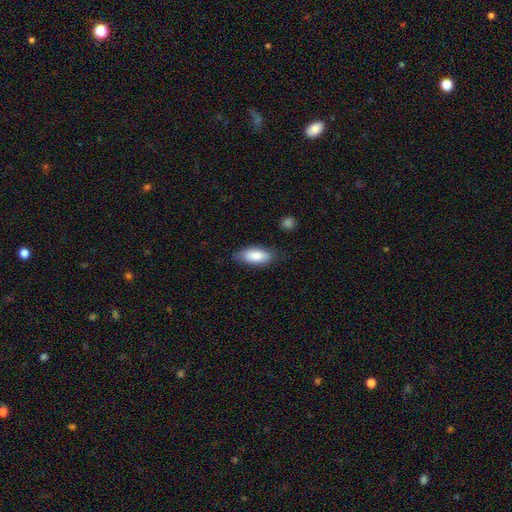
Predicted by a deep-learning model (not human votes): Overall: smooth (82%). How rounded: in between (86%). Merging: none (76%).